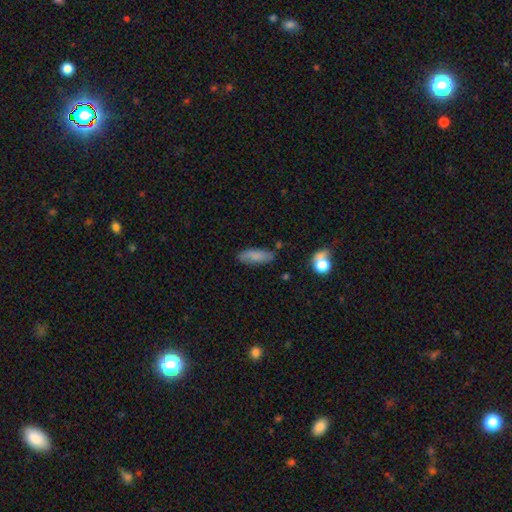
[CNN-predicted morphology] type=smooth (79%); roundness=in between (63%); merging=none (79%).